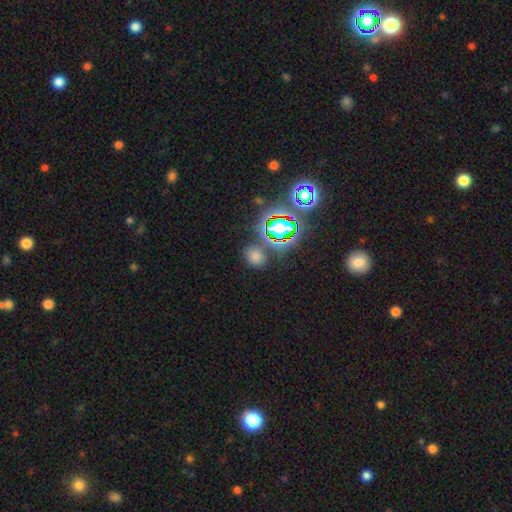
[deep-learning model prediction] smooth_or_featured: smooth (p=0.61) [alt: star or artifact p=0.32]
how_rounded: round (p=0.58) [alt: in between p=0.40]
merging: none (p=0.78) [alt: minor disturbance p=0.12]